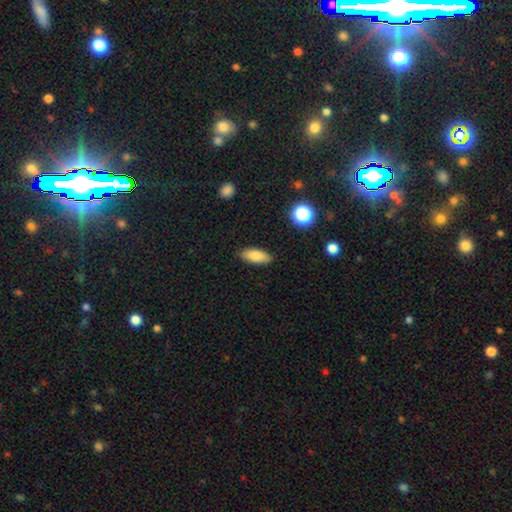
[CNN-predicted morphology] This is clearly a smooth galaxy (84%). How rounded: likely in between (79%). Merging: clearly none (87%).